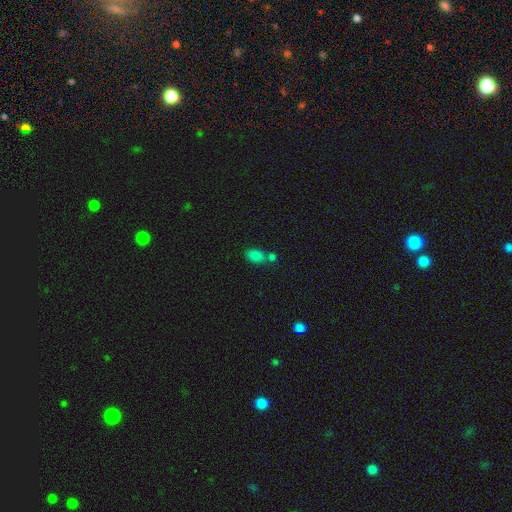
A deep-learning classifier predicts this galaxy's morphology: Smooth or featured: smooth — 80% (star or artifact — 13%)
How rounded: in between — 81% (round — 16%)
Merging: none — 41% (merger — 40%)